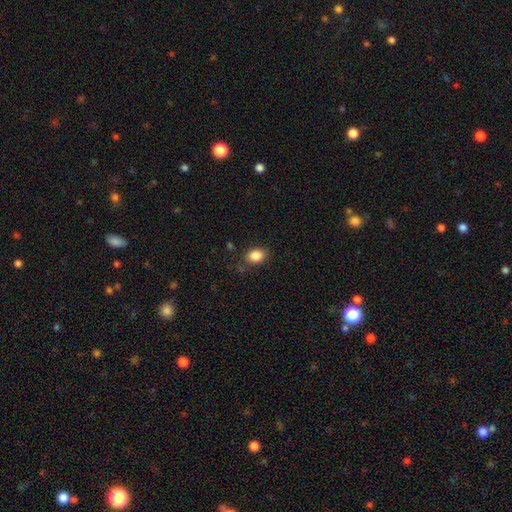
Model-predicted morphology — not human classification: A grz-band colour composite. It shows a smooth galaxy with no disk features (86%) that is in between round and cigar-shaped (64%). Merging: none (80%).